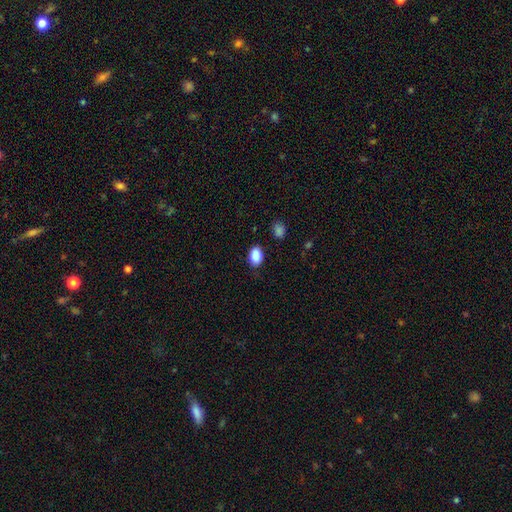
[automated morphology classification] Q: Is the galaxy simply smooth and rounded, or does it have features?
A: smooth — 89%.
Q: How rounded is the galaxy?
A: in between — 85%.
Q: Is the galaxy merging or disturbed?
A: none — 81%.